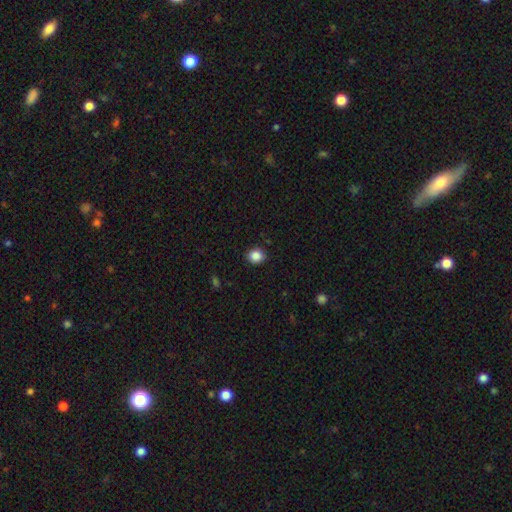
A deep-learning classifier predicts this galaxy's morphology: smooth-or-featured: smooth: 87% | star or artifact: 10% | featured or disk: 3%
  how-rounded: round: 69% | in between: 30% | cigar-shaped: 1%
  merging: none: 89% | minor disturbance: 8% | major disturbance: 2% | merger: 1%